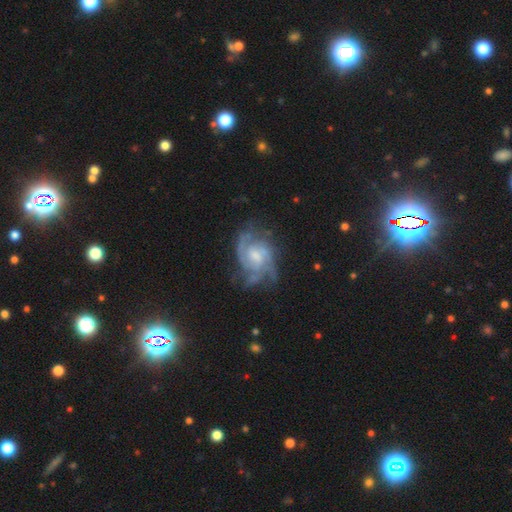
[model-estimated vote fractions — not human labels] Smooth or featured? Predicted: featured or disk (p=0.85). Edge-on disk? Predicted: no (p=0.98). Bar? Predicted: no (p=0.50). Spiral arms? Predicted: yes (p=0.95). Spiral winding? Predicted: medium (p=0.44, tied with tight). Spiral arm count? Predicted: 2 (p=0.29). Bulge size? Predicted: moderate (p=0.47). Merging? Predicted: none (p=0.57).